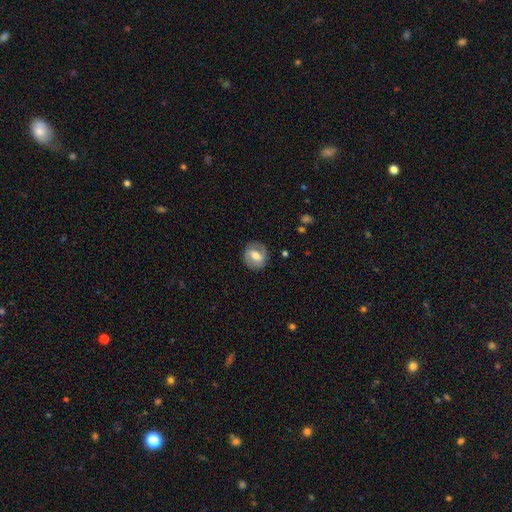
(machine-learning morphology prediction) Smooth or featured?
  - featured or disk: 54% *
  - smooth: 38%
  - star or artifact: 7%
Edge-on disk?
  - no: 96% *
  - yes: 4%
Bar?
  - weak: 44% *
  - strong: 35%
  - no: 21%
Spiral arms?
  - yes: 69% *
  - no: 31%
Bulge size?
  - moderate: 71% *
  - small: 17%
  - large: 9%
  - none: 1%
  - dominant: 1%
Merging?
  - none: 83% *
  - minor disturbance: 12%
  - major disturbance: 4%
  - merger: 1%